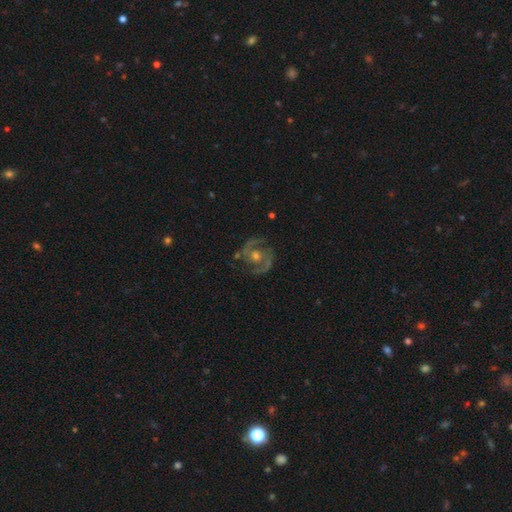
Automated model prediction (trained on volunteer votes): featured or disk 88%, star or artifact 7%, smooth 5%. Down the decision tree: edge-on disk — no (98%); bar — no (61%); spiral arms — yes (96%); spiral arm count — 2 (89%); spiral winding — medium (58%); bulge size — moderate (64%); merging — none (80%).